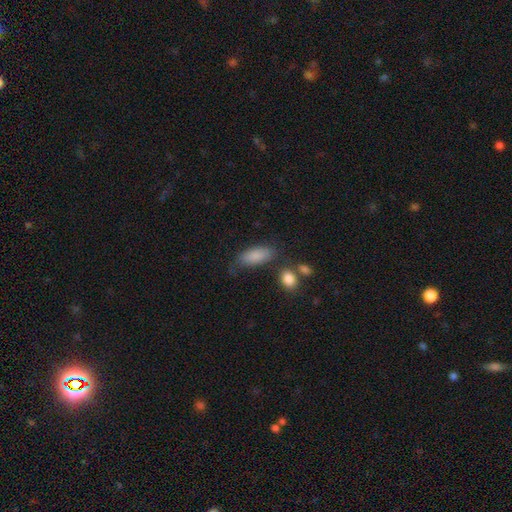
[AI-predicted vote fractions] This appears to be a smooth galaxy with no disk features (86%) that is in between round and cigar-shaped (84%). Merging: none (64%).